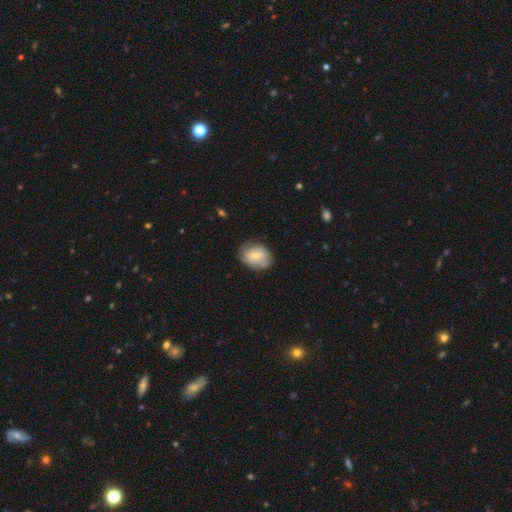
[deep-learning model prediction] Smooth or featured?
  - smooth: 65% *
  - featured or disk: 28%
  - star or artifact: 7%
How rounded?
  - in between: 57% *
  - round: 42%
  - cigar-shaped: 1%
Merging?
  - none: 72% *
  - minor disturbance: 21%
  - major disturbance: 5%
  - merger: 1%